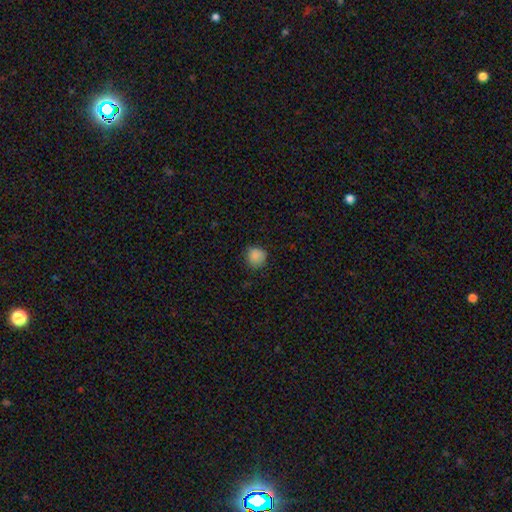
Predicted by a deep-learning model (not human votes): This appears to be a smooth galaxy with no disk features (86%) that is round (89%). Merging: none (79%).